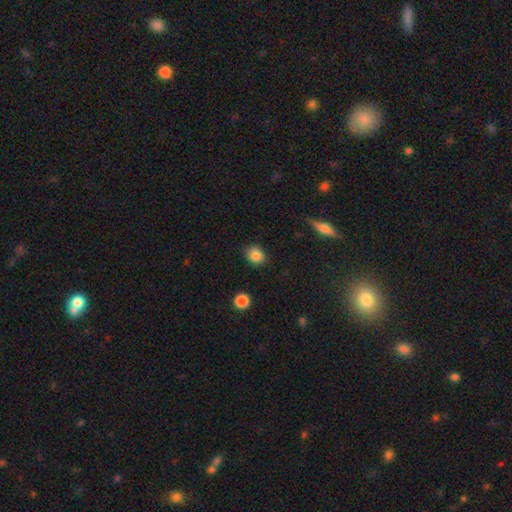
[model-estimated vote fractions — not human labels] The model was most divided on "how rounded": round: 70%, in between: 29%, cigar-shaped: 1%. More confident: smooth or featured — smooth (86%); merging — none (84%).